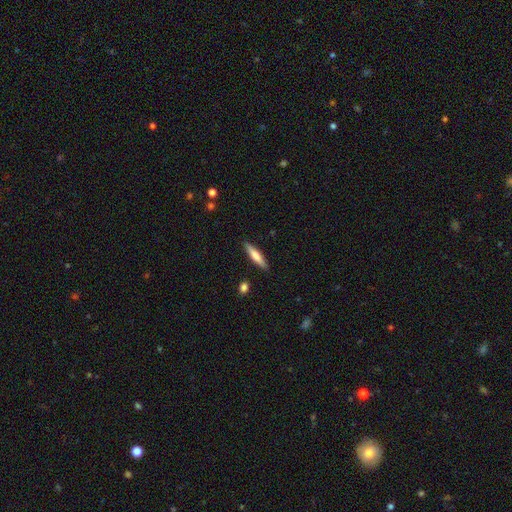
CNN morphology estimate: Smooth or featured? smooth (67%)
How rounded? cigar-shaped (81%)
Merging? none (88%)